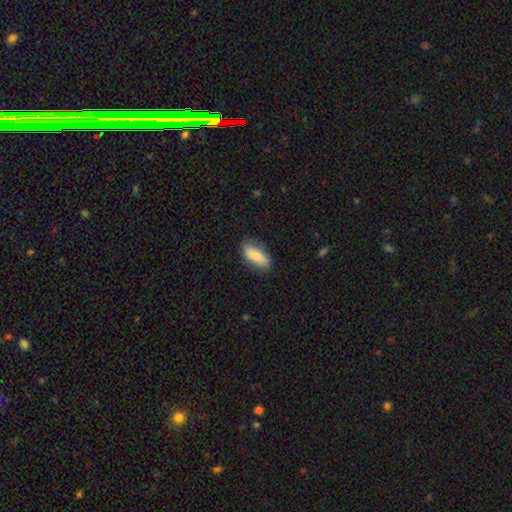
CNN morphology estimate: type=smooth (74%); roundness=in between (77%); merging=none (78%).